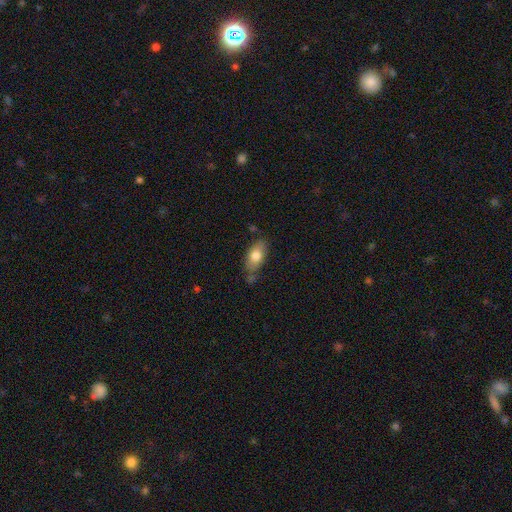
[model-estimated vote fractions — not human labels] Morphology: type=smooth (77%); roundness=in between (89%); merging=none (67%).